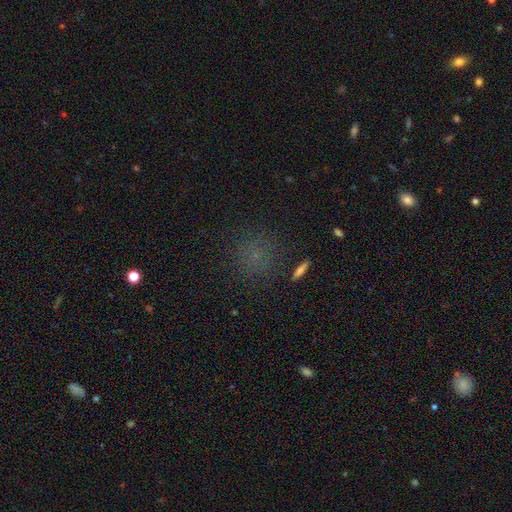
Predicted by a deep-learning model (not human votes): Smooth or featured? smooth (59%)
How rounded? round (90%)
Merging? none (82%)